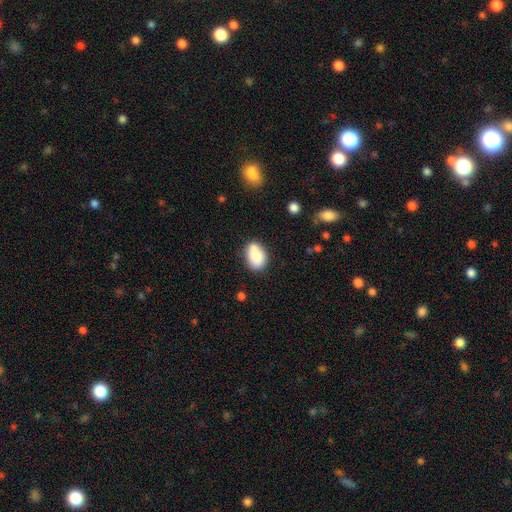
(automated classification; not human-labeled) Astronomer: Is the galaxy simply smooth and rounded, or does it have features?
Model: smooth — 80%.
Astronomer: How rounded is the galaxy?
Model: in between — 78%.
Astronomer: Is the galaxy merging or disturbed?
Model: none — 64%.